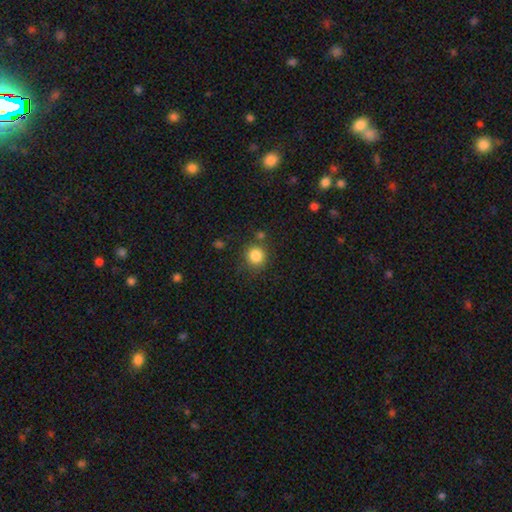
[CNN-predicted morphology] type=smooth (85%); roundness=round (91%); merging=none (81%).